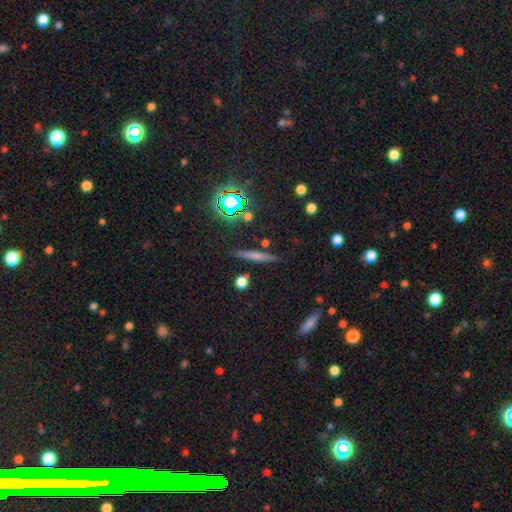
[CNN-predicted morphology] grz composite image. It shows a smooth galaxy with no disk features (56%) that is cigar-shaped (89%). Merging: none (83%).